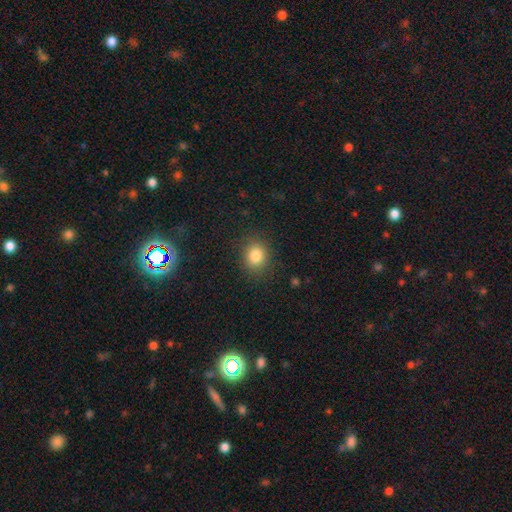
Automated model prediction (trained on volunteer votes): Overall: smooth (83%). How rounded: round (67%; in between 32%). Merging: none (87%).